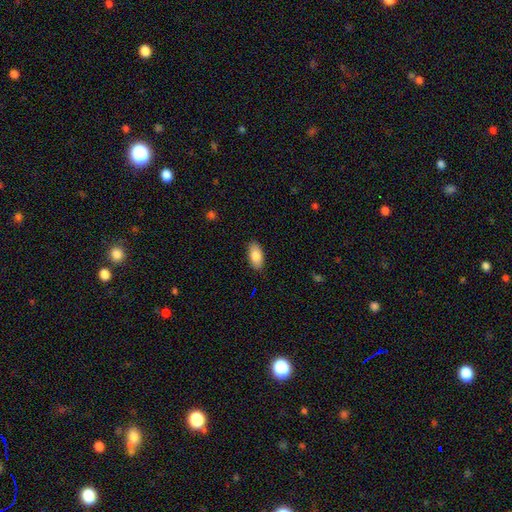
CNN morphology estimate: A smooth galaxy with no disk features (83%) that is in between round and cigar-shaped (92%).

Vote fractions:
- Smooth or featured? smooth: 83% / featured or disk: 10% / star or artifact: 7%
- How rounded? in between: 92% / cigar-shaped: 5% / round: 3%
- Merging? none: 88% / minor disturbance: 9% / major disturbance: 2% / merger: 1%